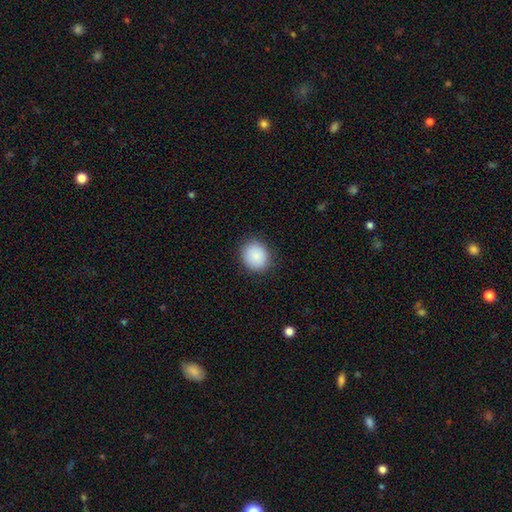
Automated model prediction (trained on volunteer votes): A smooth galaxy with no disk features (87%) that is round (75%).

Vote fractions:
- Smooth or featured? smooth: 87% / star or artifact: 8% / featured or disk: 5%
- How rounded? round: 75% / in between: 24% / cigar-shaped: 1%
- Merging? none: 88% / minor disturbance: 9% / major disturbance: 2% / merger: 1%